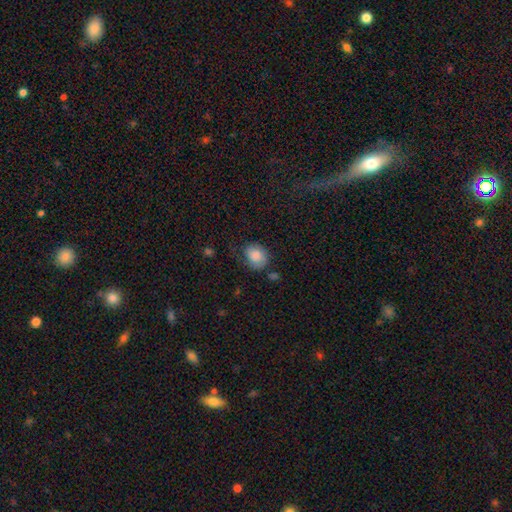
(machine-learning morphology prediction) smooth-or-featured: smooth: 79% | featured or disk: 13% | star or artifact: 8%
  how-rounded: round: 51% | in between: 48% | cigar-shaped: 1%
  merging: none: 57% | minor disturbance: 28% | major disturbance: 12% | merger: 3%